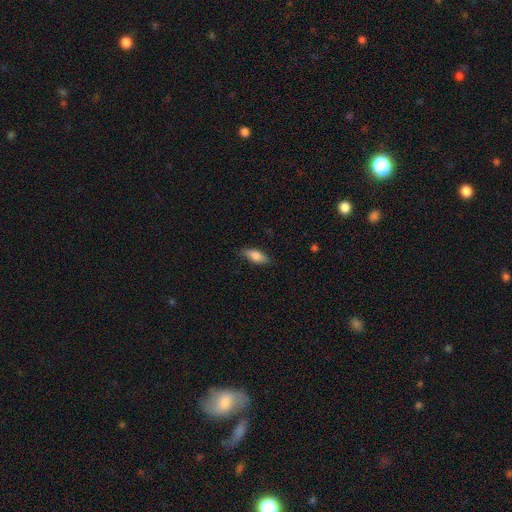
This is likely a smooth galaxy (71%). How rounded: clearly in between (81%). Merging: clearly none (91%).